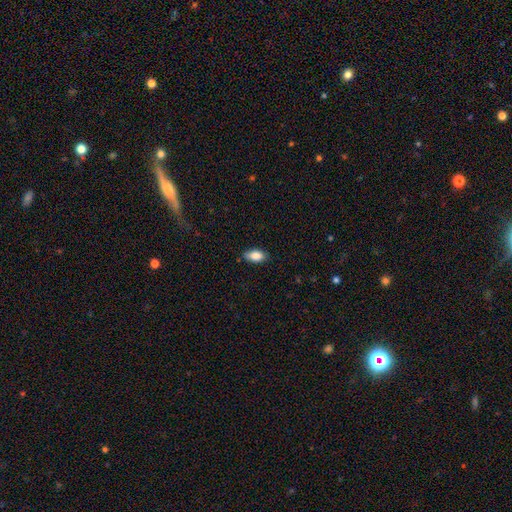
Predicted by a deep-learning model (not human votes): This appears to be a smooth galaxy with no disk features (84%) that is in between round and cigar-shaped (91%). Merging: none (83%).